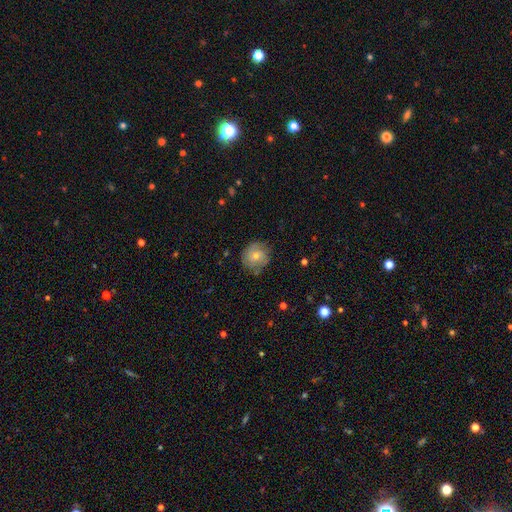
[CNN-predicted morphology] The model was most divided on "smooth or featured": featured or disk: 47%, smooth: 42%, star or artifact: 11%. More confident: merging — none (78%).